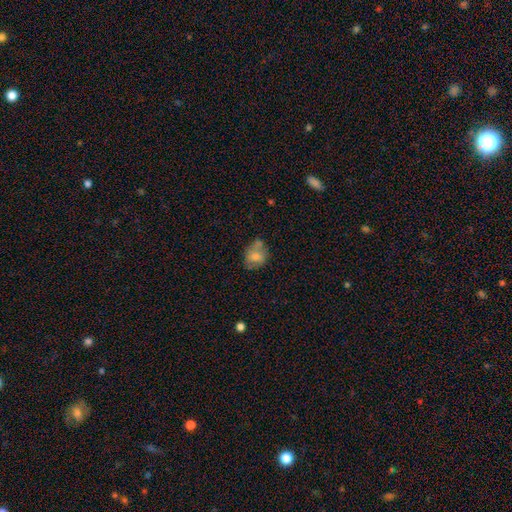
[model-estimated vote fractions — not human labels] Smooth or featured? smooth (69%)
How rounded? round (54%)
Merging? none (48%)